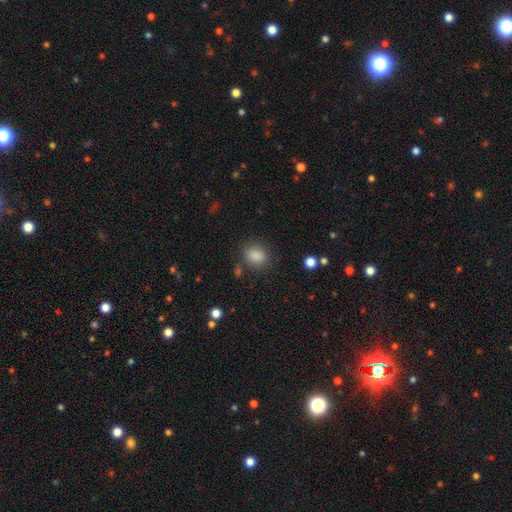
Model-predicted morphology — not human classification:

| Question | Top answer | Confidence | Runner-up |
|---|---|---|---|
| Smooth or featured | smooth | 86% | star or artifact (10%) |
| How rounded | round | 52% | in between (47%) |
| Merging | none | 82% | minor disturbance (11%) |